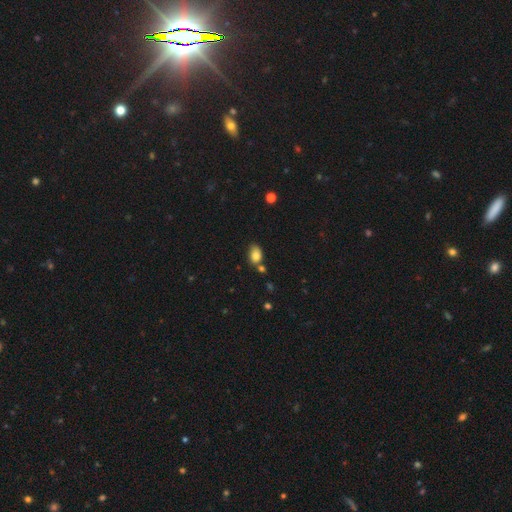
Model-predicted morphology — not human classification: This is clearly a smooth galaxy (82%). How rounded: likely in between (80%). Merging: likely none (60%).